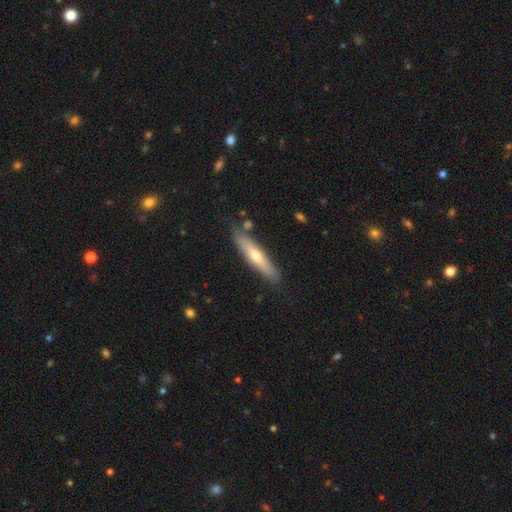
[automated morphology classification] Smooth or featured?
  - smooth: 48% *
  - featured or disk: 46%
  - star or artifact: 7%
Merging?
  - none: 84% *
  - minor disturbance: 11%
  - merger: 2%
  - major disturbance: 2%